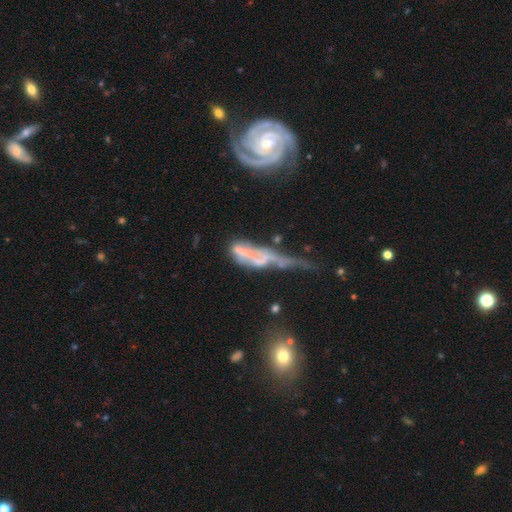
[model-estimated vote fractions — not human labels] featured or disk 68%, smooth 21%, star or artifact 11%. Down the decision tree: edge-on disk — no (81%); bar — no (73%); spiral arms — yes (52%); bulge size — none (42%); merging — major disturbance (38%).